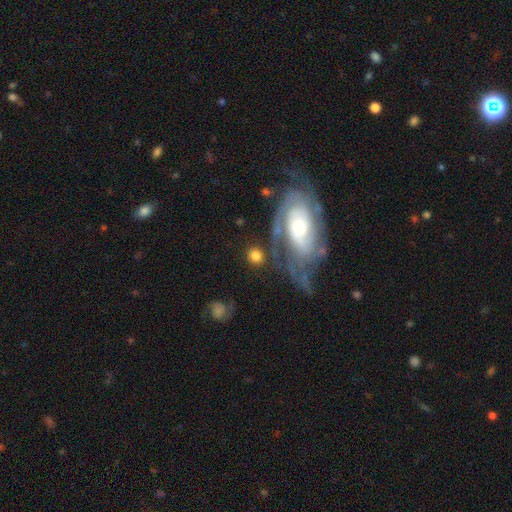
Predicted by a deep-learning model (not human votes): Smooth or featured?
  - smooth: 66% *
  - featured or disk: 26%
  - star or artifact: 8%
How rounded?
  - round: 78% *
  - in between: 20%
  - cigar-shaped: 2%
Merging?
  - none: 70% *
  - minor disturbance: 12%
  - merger: 10%
  - major disturbance: 8%